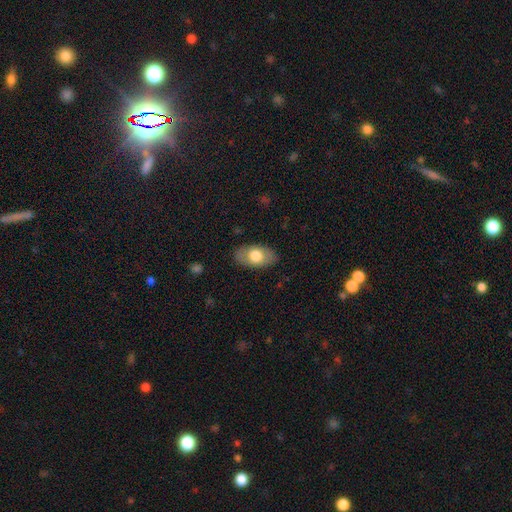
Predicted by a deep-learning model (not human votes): A smooth galaxy with no disk features (67%) that is in between round and cigar-shaped (92%). Merging: none (84%).